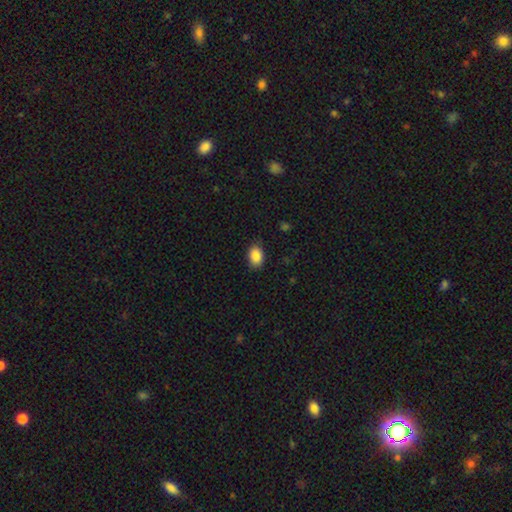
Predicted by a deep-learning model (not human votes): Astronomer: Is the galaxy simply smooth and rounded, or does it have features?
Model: smooth — 88%.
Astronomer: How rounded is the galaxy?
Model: in between — 78%.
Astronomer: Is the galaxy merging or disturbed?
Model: none — 85%.